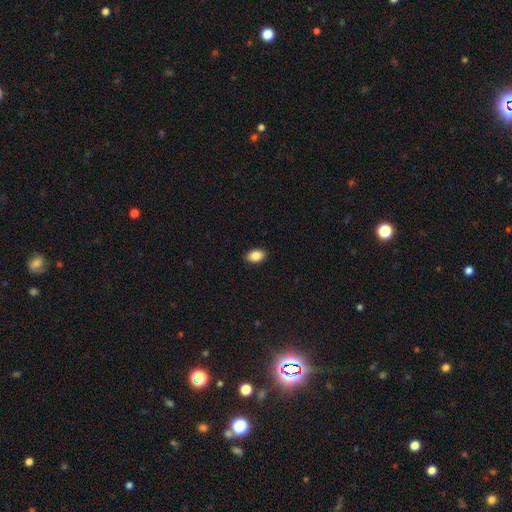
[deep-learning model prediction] smooth_or_featured: smooth (p=0.88) [alt: star or artifact p=0.08]
how_rounded: in between (p=0.86) [alt: round p=0.13]
merging: none (p=0.90) [alt: minor disturbance p=0.07]